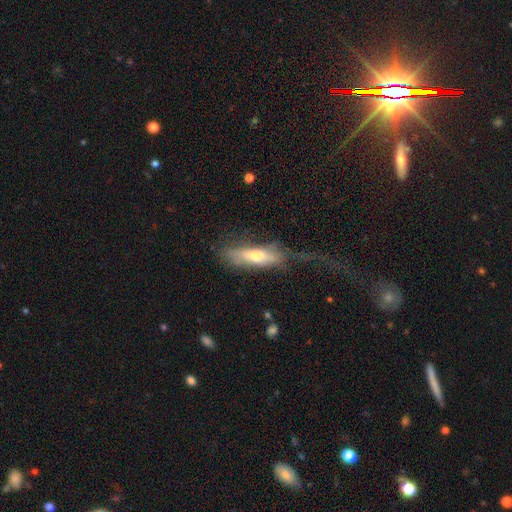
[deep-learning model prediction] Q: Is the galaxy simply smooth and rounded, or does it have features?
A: smooth — 53%.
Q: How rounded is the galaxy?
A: cigar-shaped — 61%.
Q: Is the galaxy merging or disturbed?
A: major disturbance — 41%.